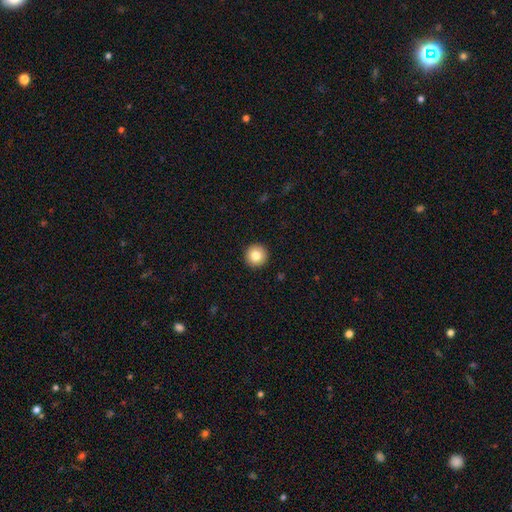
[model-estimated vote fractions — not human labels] Smooth or featured?
  - smooth: 82% *
  - star or artifact: 9%
  - featured or disk: 9%
How rounded?
  - round: 97% *
  - in between: 2%
  - cigar-shaped: 1%
Merging?
  - none: 94% *
  - minor disturbance: 4%
  - major disturbance: 1%
  - merger: 1%